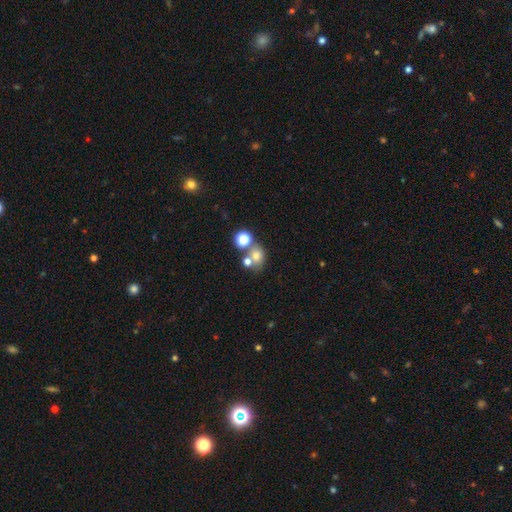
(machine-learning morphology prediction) This appears to be a smooth galaxy with no disk features (67%) that is round (66%). Merging: none (43%).